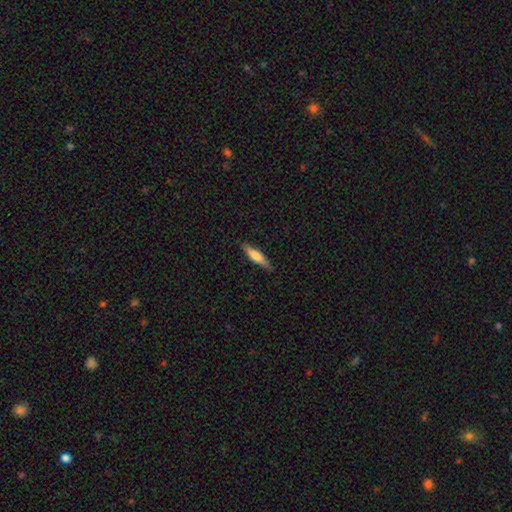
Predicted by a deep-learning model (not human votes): Smooth or featured? Predicted: smooth (p=0.58). How rounded? Predicted: cigar-shaped (p=0.82). Merging? Predicted: none (p=0.88).